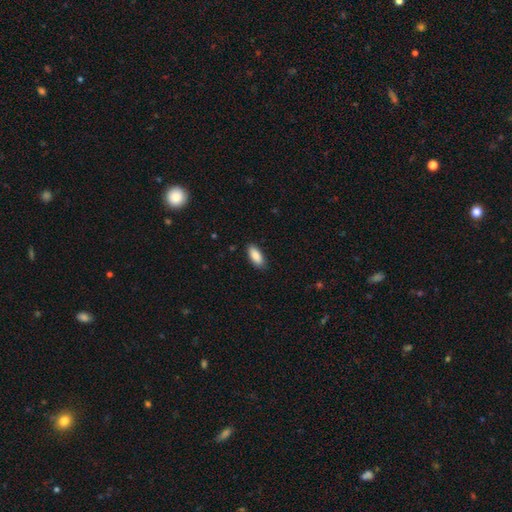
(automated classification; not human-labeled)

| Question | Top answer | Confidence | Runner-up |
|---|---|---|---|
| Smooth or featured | smooth | 88% | star or artifact (6%) |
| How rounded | in between | 87% | cigar-shaped (11%) |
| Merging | none | 88% | minor disturbance (9%) |